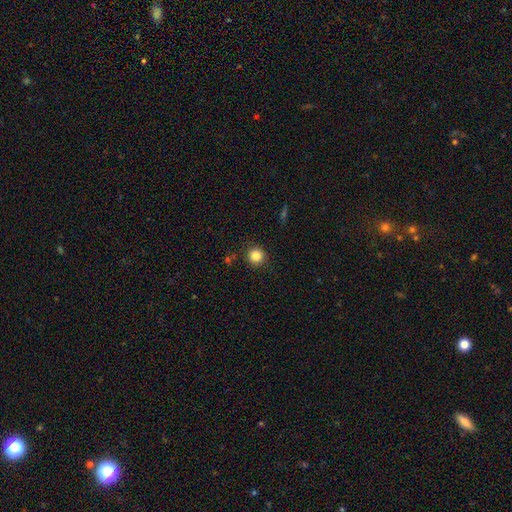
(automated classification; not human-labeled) Smooth or featured? Predicted: smooth (p=0.85). How rounded? Predicted: round (p=0.93). Merging? Predicted: none (p=0.88).